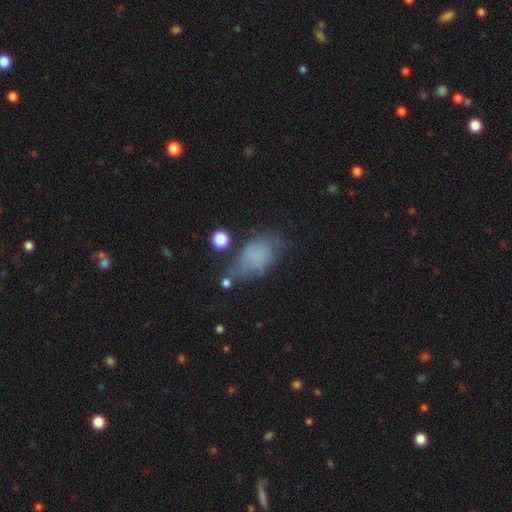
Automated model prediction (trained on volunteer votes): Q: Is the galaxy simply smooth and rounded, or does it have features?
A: smooth — 68%.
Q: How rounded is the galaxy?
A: in between — 86%.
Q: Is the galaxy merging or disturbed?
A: none — 41%.